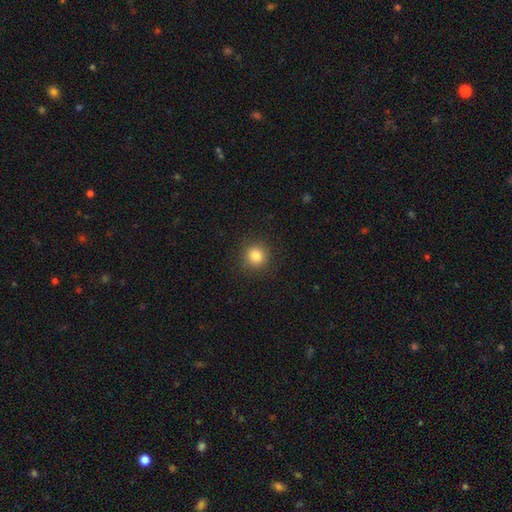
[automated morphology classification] This is clearly a smooth galaxy (84%). How rounded: clearly round (92%). Merging: clearly none (90%).